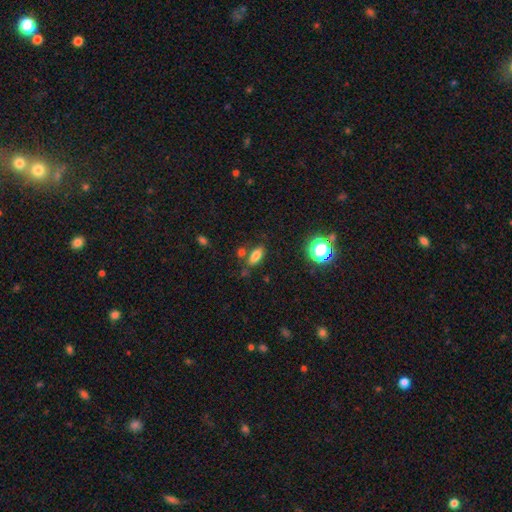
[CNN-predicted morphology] Smooth or featured: smooth — 79% (star or artifact — 13%)
How rounded: in between — 81% (cigar-shaped — 13%)
Merging: none — 74% (minor disturbance — 13%)